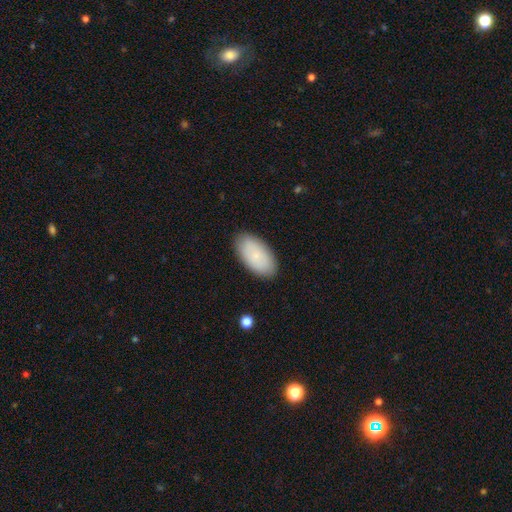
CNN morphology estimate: The model was most divided on "smooth or featured": smooth: 82%, featured or disk: 12%, star or artifact: 6%. More confident: how rounded — in between (95%); merging — none (87%).